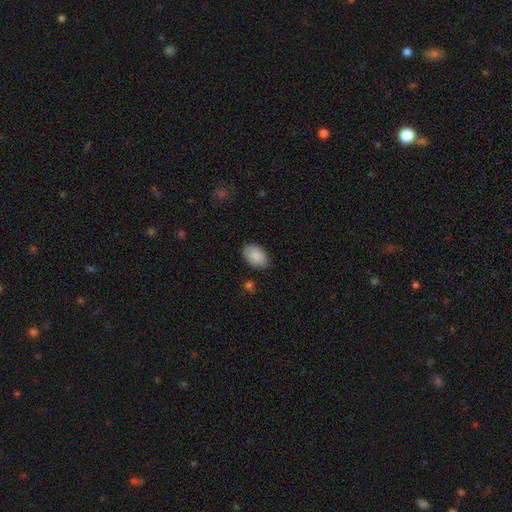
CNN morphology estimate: type=smooth (88%); roundness=in between (91%); merging=none (85%).